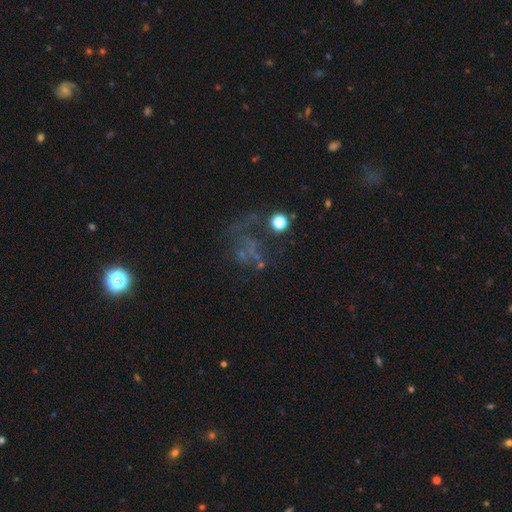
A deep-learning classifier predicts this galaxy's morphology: Q: Smooth or featured?
A: featured or disk (38%); runner-up: star or artifact (35%)
Q: Merging?
A: major disturbance (38%); runner-up: none (37%)